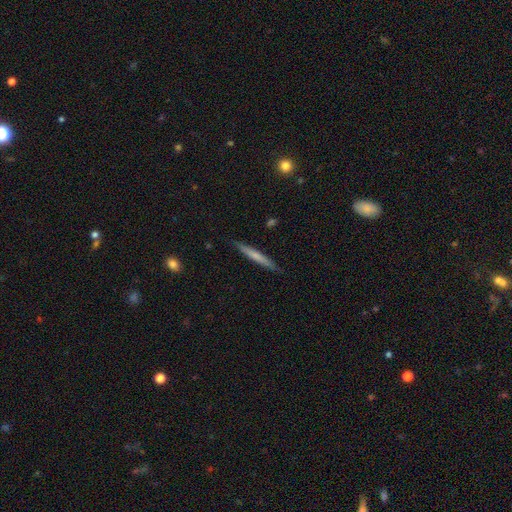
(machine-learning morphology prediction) smooth-or-featured: smooth: 57% | featured or disk: 37% | star or artifact: 6%
  how-rounded: cigar-shaped: 96% | in between: 3% | round: 1%
  merging: none: 89% | minor disturbance: 8% | major disturbance: 2% | merger: 1%